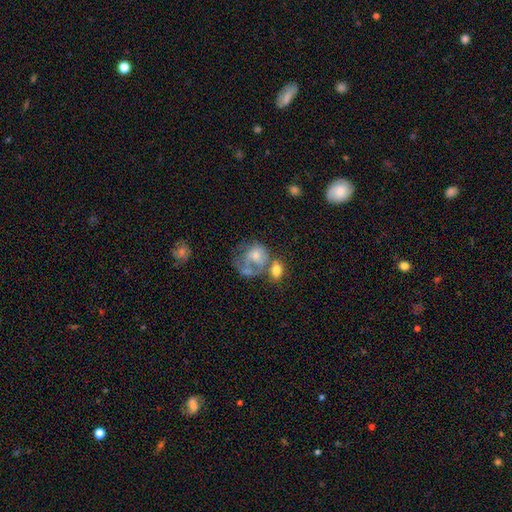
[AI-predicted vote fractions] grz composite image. It shows a smooth galaxy with no disk features (49%). Merging: merger (35%).